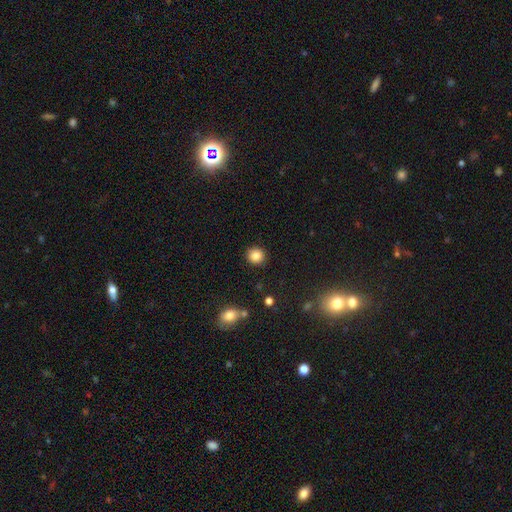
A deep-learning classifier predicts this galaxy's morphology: Overall: smooth (85%). How rounded: round (90%). Merging: none (91%).